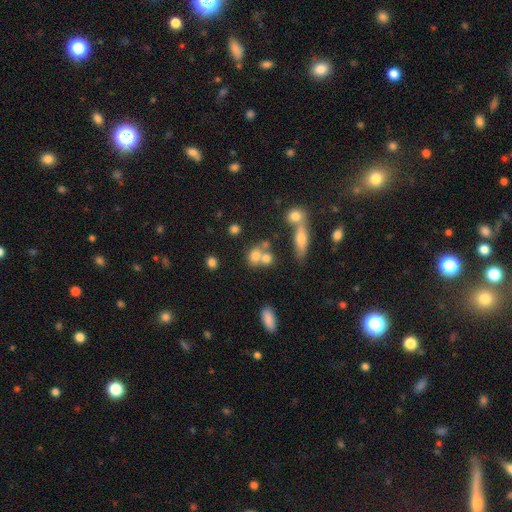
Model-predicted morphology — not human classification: smooth 70%, featured or disk 17%, star or artifact 13%. Down the decision tree: how rounded — round (61%); merging — merger (48%).